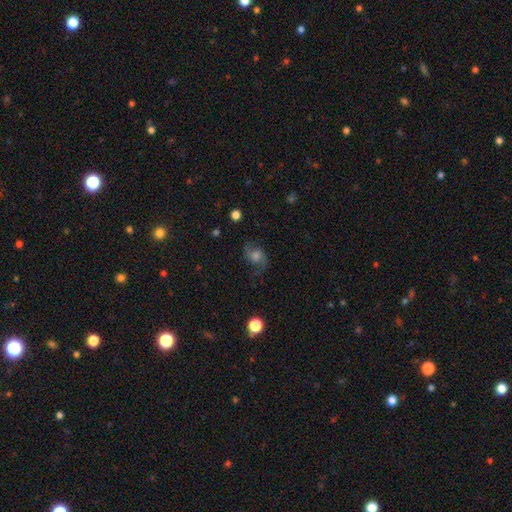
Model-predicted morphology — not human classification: This appears to be a featured or disk galaxy (68%) with no bar (64%), 2 (91%) loose (56%) spiral arms (93%) and a moderate central bulge (43%). Merging: none (72%).